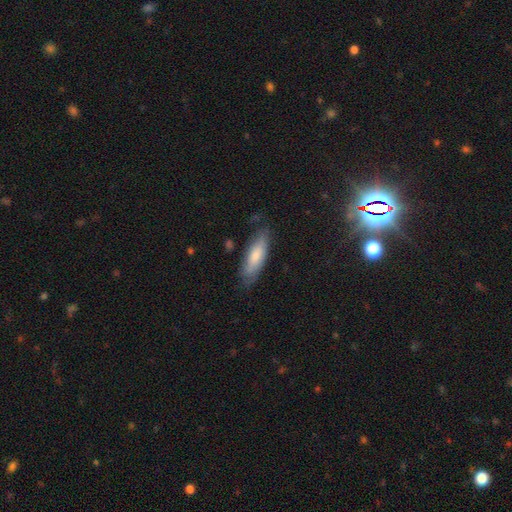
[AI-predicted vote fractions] A smooth galaxy with no disk features (72%) that is in between round and cigar-shaped (56%). Merging: none (73%).